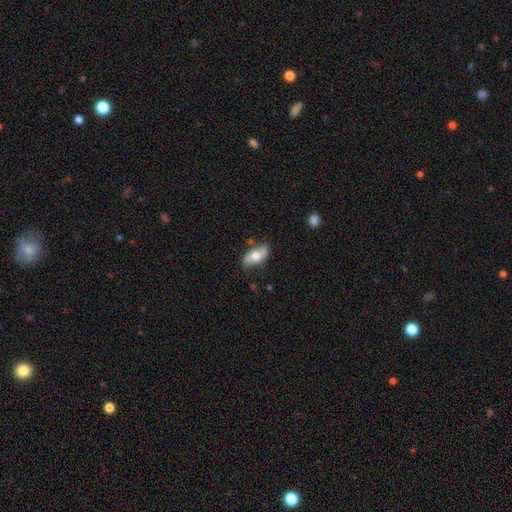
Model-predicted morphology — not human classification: This appears to be a smooth galaxy with no disk features (59%) that is in between round and cigar-shaped (89%). Merging: none (76%).